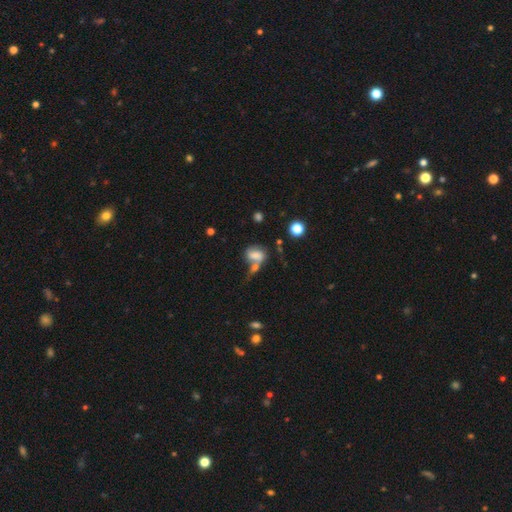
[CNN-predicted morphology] Smooth or featured? Predicted: smooth (p=0.62). How rounded? Predicted: in between (p=0.74). Merging? Predicted: merger (p=0.46).